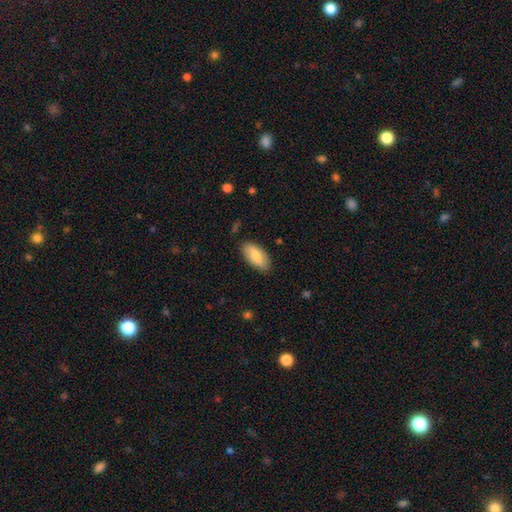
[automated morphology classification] Smooth or featured? Predicted: smooth (p=0.82). How rounded? Predicted: in between (p=0.90). Merging? Predicted: none (p=0.85).